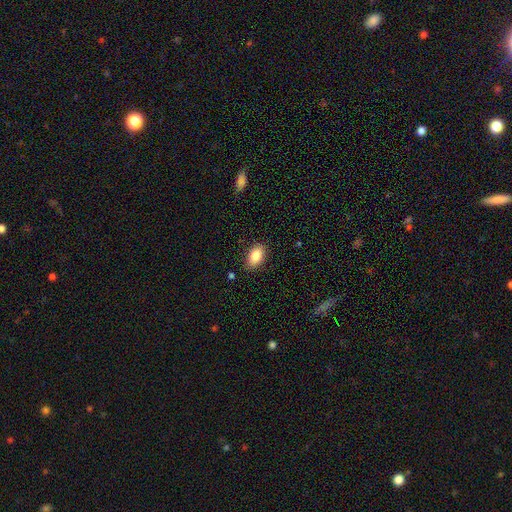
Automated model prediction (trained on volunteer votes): This is clearly a smooth galaxy (86%). How rounded: clearly in between (91%). Merging: clearly none (85%).